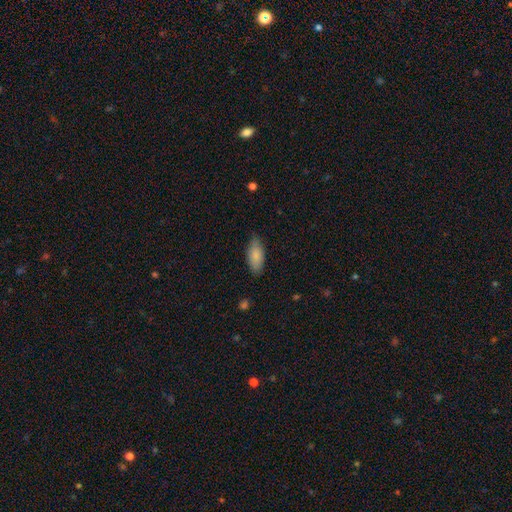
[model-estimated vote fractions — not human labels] smooth 85%, featured or disk 9%, star or artifact 6%. Down the decision tree: how rounded — in between (85%); merging — none (78%).